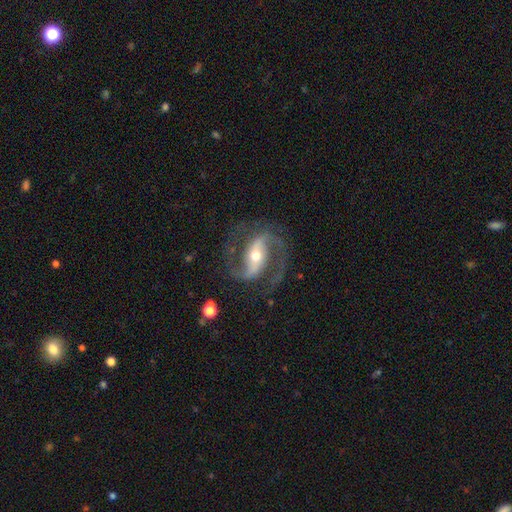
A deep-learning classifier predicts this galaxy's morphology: This is clearly a featured or disk galaxy (92%). It is clearly not viewed edge-on (97%). Bar: possibly strong (53%). Spiral arm pattern: clearly yes (98%). Spiral arm count: clearly 2 (93%). Spiral winding: possibly medium (59%). Central bulge: likely moderate (66%). Merging: likely none (79%).